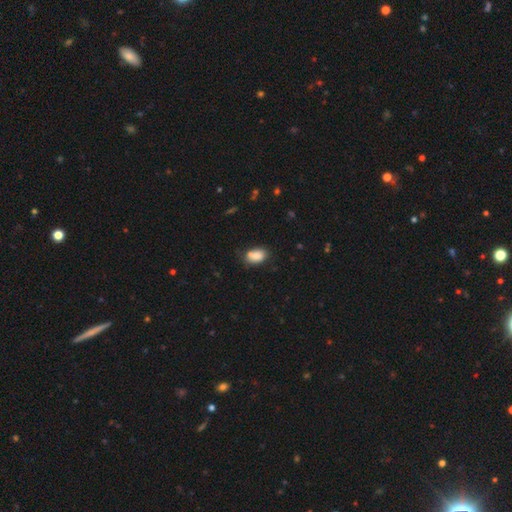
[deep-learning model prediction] This is clearly a smooth galaxy (86%). How rounded: clearly in between (88%). Merging: likely none (63%).